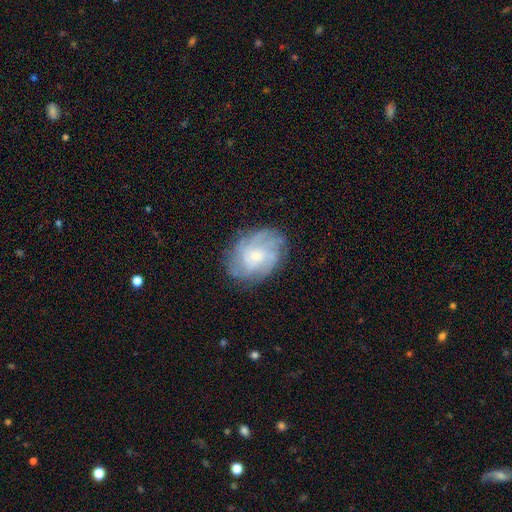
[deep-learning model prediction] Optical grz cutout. It shows a featured or disk galaxy (73%) with no bar (72%), tight (53%) spiral arms (92%) and a small central bulge (64%). Merging: none (76%).